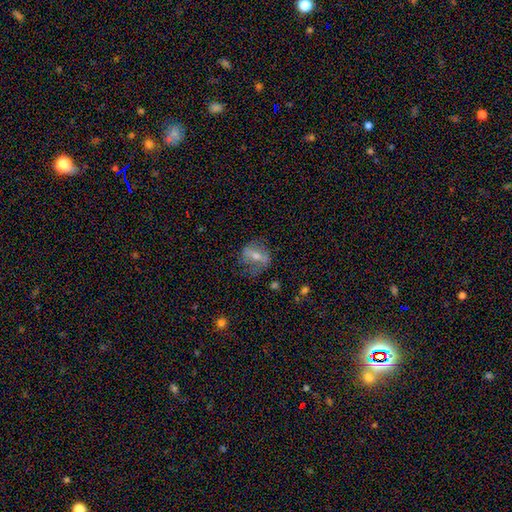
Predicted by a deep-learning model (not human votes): A featured or disk galaxy (56%). Merging: none (66%).